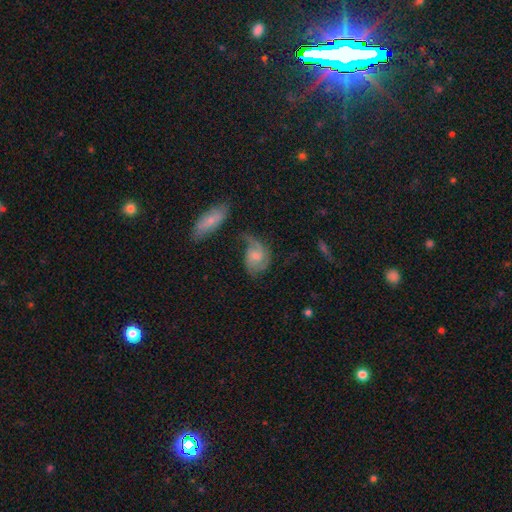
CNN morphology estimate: This is likely a featured or disk galaxy (64%). It is clearly not viewed edge-on (96%). Bar: likely no (62%). Spiral arm pattern: clearly yes (87%). Spiral arm count: possibly 2 (47%). Spiral winding: marginally medium (41%). Central bulge: marginally moderate (42%). Merging: marginally none (37%).